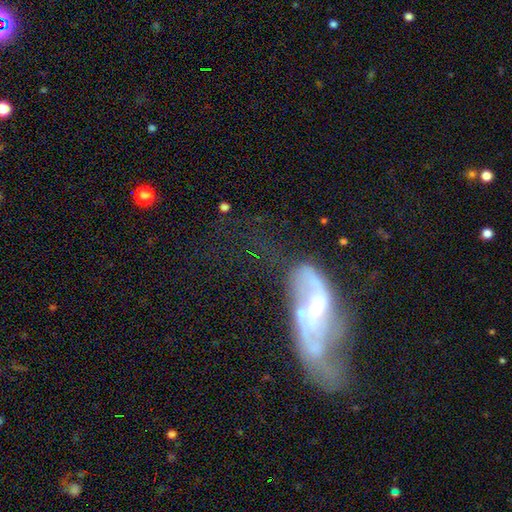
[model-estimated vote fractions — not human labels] Smooth or featured?
  - featured or disk: 58% *
  - smooth: 26%
  - star or artifact: 16%
Edge-on disk?
  - no: 83% *
  - yes: 17%
Merging?
  - none: 48% *
  - major disturbance: 22%
  - minor disturbance: 18%
  - merger: 11%